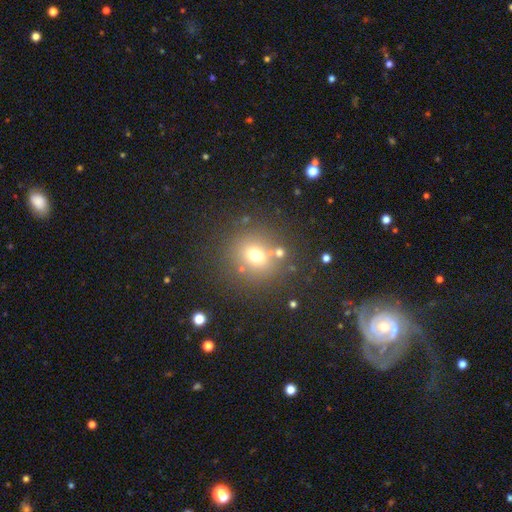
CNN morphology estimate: Smooth or featured?
  - smooth: 68% *
  - star or artifact: 19%
  - featured or disk: 13%
How rounded?
  - round: 78% *
  - in between: 21%
  - cigar-shaped: 1%
Merging?
  - none: 76% *
  - minor disturbance: 10%
  - merger: 8%
  - major disturbance: 5%